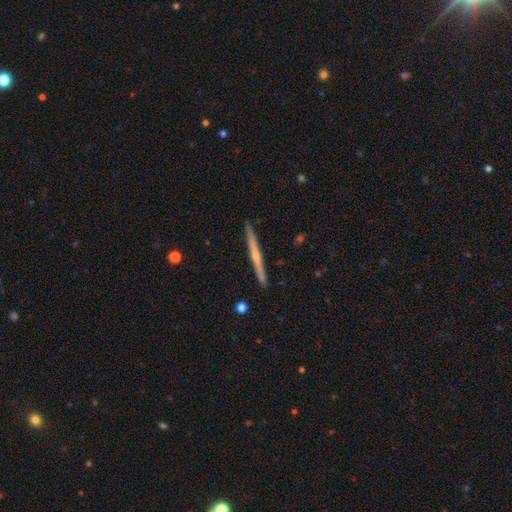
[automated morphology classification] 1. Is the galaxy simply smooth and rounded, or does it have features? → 70% featured or disk, 24% smooth, 6% star or artifact.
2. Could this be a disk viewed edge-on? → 98% yes, 2% no.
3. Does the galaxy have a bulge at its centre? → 64% rounded, 32% none, 3% boxy.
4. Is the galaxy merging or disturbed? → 92% none, 6% minor disturbance, 1% major disturbance, 1% merger.